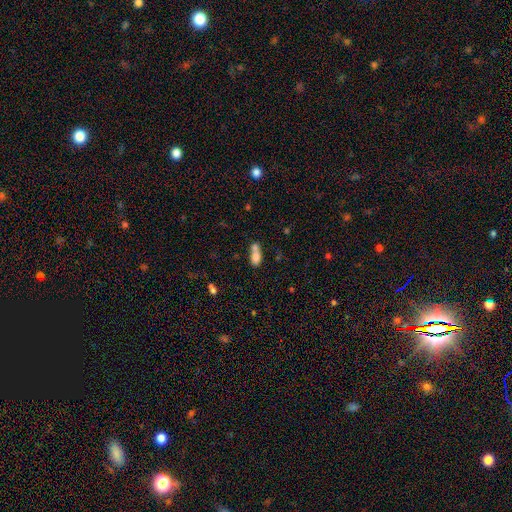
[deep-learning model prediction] smooth 74%, featured or disk 16%, star or artifact 10%. Down the decision tree: how rounded — in between (77%); merging — merger (57%).